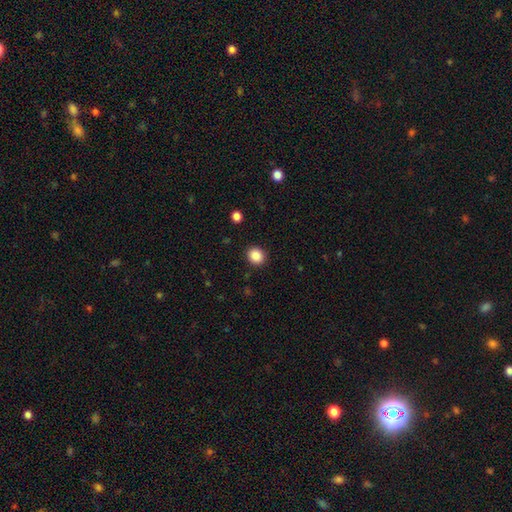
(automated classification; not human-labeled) Smooth or featured? Predicted: smooth (p=0.88). How rounded? Predicted: round (p=0.76). Merging? Predicted: none (p=0.90).